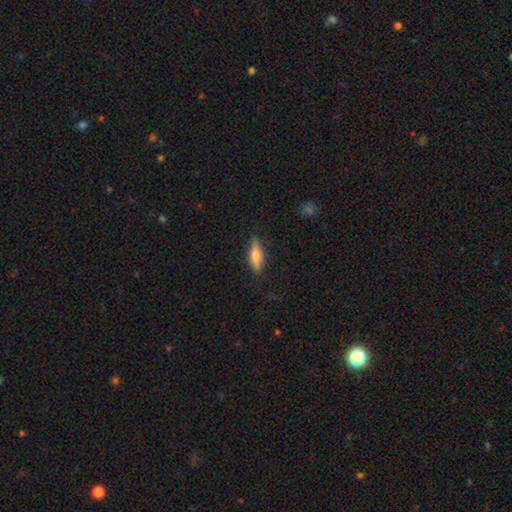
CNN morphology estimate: type=smooth (64%); roundness=cigar-shaped (56%); merging=none (84%).